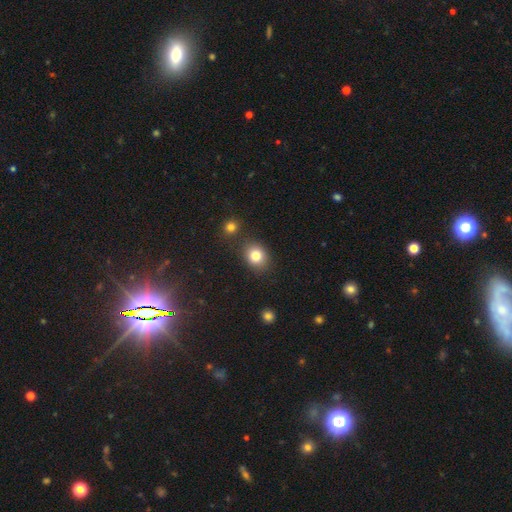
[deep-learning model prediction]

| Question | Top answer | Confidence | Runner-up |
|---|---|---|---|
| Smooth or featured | smooth | 82% | star or artifact (11%) |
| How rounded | round | 56% | in between (43%) |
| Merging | none | 80% | minor disturbance (10%) |